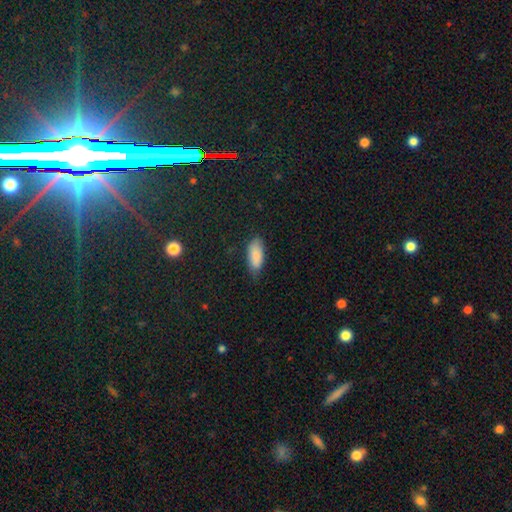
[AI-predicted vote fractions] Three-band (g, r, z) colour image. It shows a smooth galaxy with no disk features (88%) that is in between round and cigar-shaped (86%). Merging: none (73%).